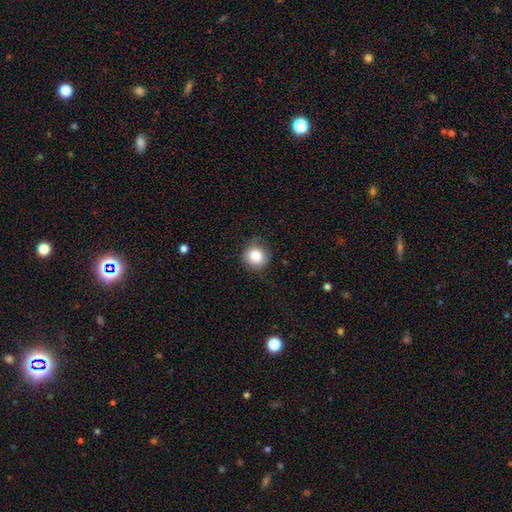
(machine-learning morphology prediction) smooth 83%, star or artifact 9%, featured or disk 8%. Down the decision tree: how rounded — round (88%); merging — none (74%).